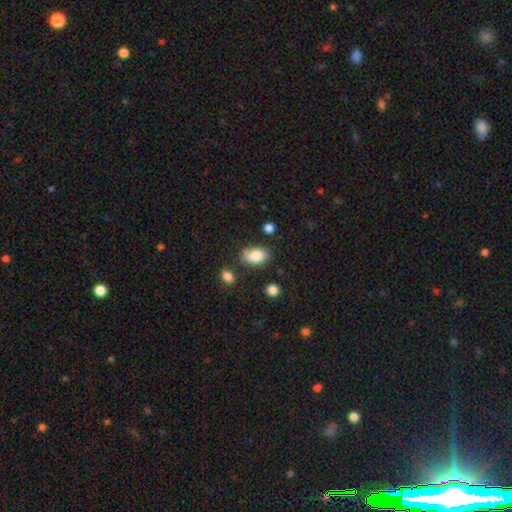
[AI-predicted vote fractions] smooth 84%, featured or disk 8%, star or artifact 8%. Down the decision tree: how rounded — in between (89%); merging — none (69%).